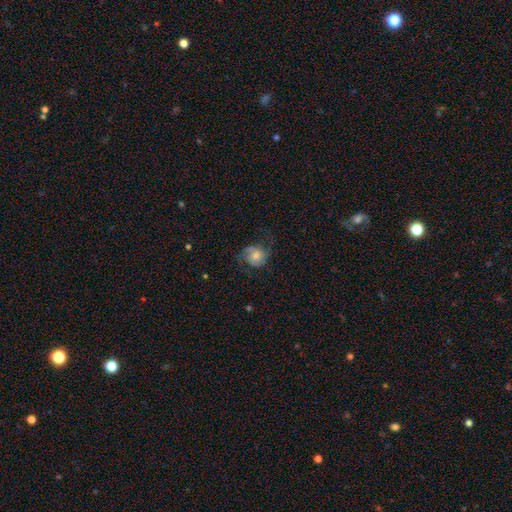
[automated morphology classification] Smooth or featured?
  - featured or disk: 55% *
  - smooth: 36%
  - star or artifact: 8%
Edge-on disk?
  - no: 97% *
  - yes: 3%
Bar?
  - no: 74% *
  - weak: 23%
  - strong: 4%
Spiral arms?
  - yes: 90% *
  - no: 10%
Bulge size?
  - moderate: 47% *
  - small: 28%
  - large: 15%
  - none: 7%
  - dominant: 3%
Merging?
  - none: 59% *
  - minor disturbance: 22%
  - major disturbance: 17%
  - merger: 1%